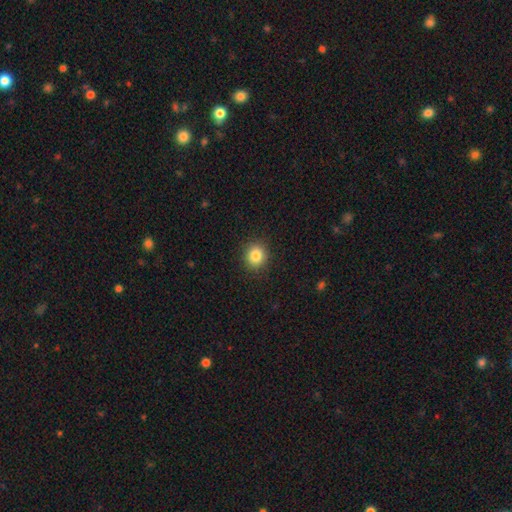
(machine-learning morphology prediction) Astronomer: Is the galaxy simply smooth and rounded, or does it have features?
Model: smooth — 84%.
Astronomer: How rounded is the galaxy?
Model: round — 84%.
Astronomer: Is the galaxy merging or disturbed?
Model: none — 91%.